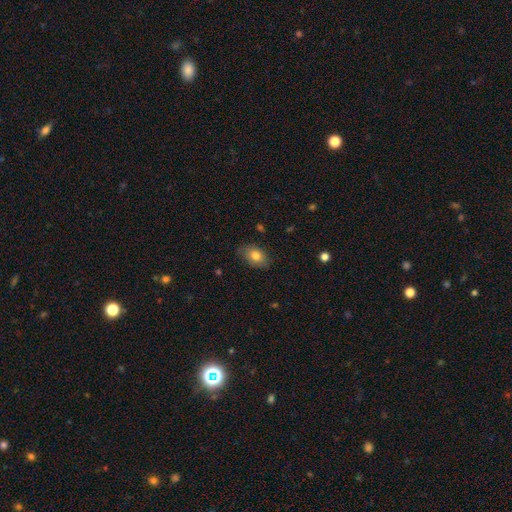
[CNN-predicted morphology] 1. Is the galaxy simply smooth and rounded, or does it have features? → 80% smooth, 12% featured or disk, 8% star or artifact.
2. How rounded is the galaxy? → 85% in between, 14% round, 1% cigar-shaped.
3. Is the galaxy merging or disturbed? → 81% none, 15% minor disturbance, 3% major disturbance, 1% merger.